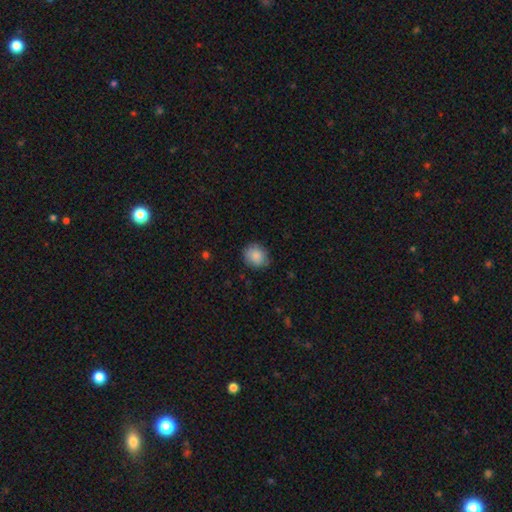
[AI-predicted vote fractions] Smooth or featured? smooth (86%)
How rounded? round (79%)
Merging? none (81%)